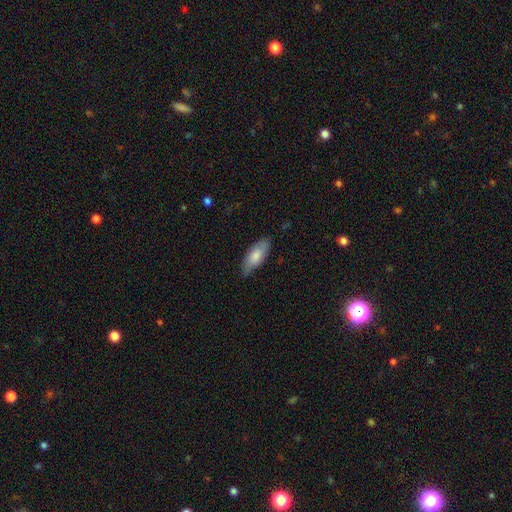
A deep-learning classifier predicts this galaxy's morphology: Q: Smooth or featured?
A: smooth (77%); runner-up: featured or disk (18%)
Q: How rounded?
A: in between (80%); runner-up: cigar-shaped (18%)
Q: Merging?
A: none (76%); runner-up: minor disturbance (19%)